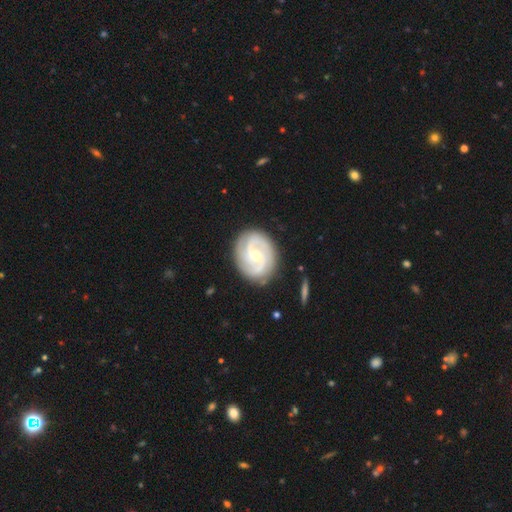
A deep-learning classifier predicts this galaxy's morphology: Smooth or featured: featured or disk — 88% (smooth — 8%)
Edge-on disk: no — 98% (yes — 2%)
Bar: no — 54% (weak — 36%)
Spiral arms: yes — 97% (no — 3%)
Spiral winding: tight — 50% (medium — 41%)
Spiral arm count: 2 — 54% (3 — 26%)
Bulge size: small — 60% (moderate — 37%)
Merging: none — 83% (minor disturbance — 12%)